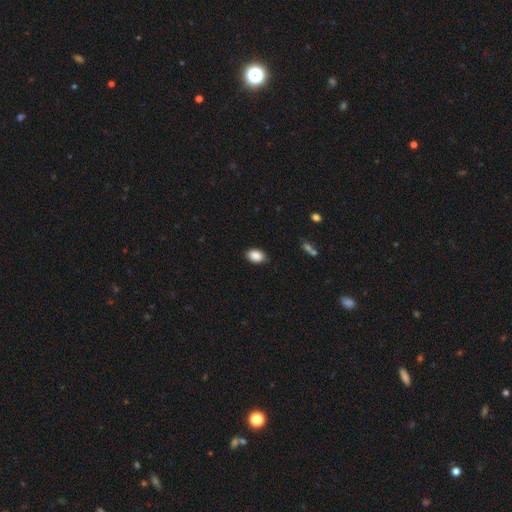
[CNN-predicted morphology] A smooth galaxy with no disk features (88%) that is in between round and cigar-shaped (82%). Merging: none (82%).